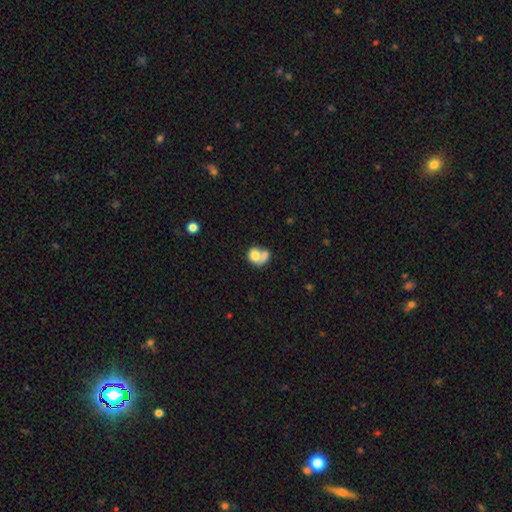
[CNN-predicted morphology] Overall: smooth (72%). How rounded: round (60%; in between 38%). Merging: merger (53%; none 25%).